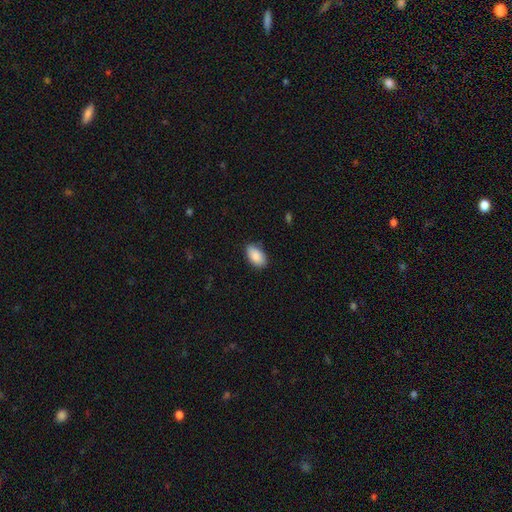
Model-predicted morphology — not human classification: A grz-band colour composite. It shows a smooth galaxy with no disk features (88%) that is in between round and cigar-shaped (94%). Merging: none (83%).